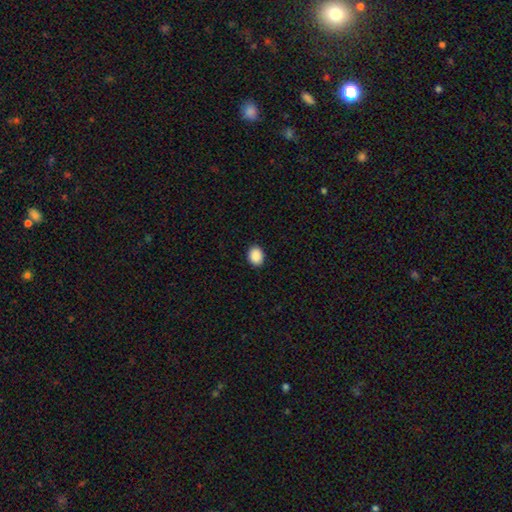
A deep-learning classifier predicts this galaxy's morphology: smooth_or_featured: smooth (p=0.90) [alt: star or artifact p=0.08]
how_rounded: in between (p=0.56) [alt: round p=0.43]
merging: none (p=0.91) [alt: minor disturbance p=0.07]